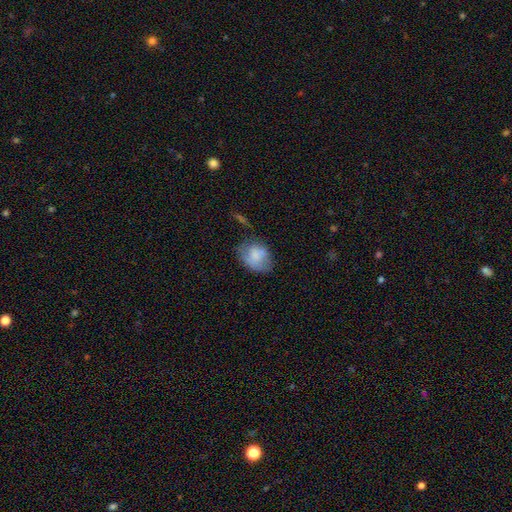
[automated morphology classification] A smooth galaxy with no disk features (74%) that is in between round and cigar-shaped (62%). Merging: none (50%).